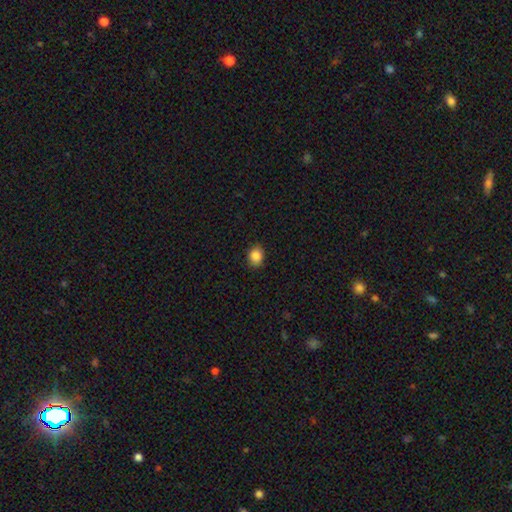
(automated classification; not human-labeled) Overall: smooth (87%). How rounded: in between (50%; round 49%). Merging: none (86%).